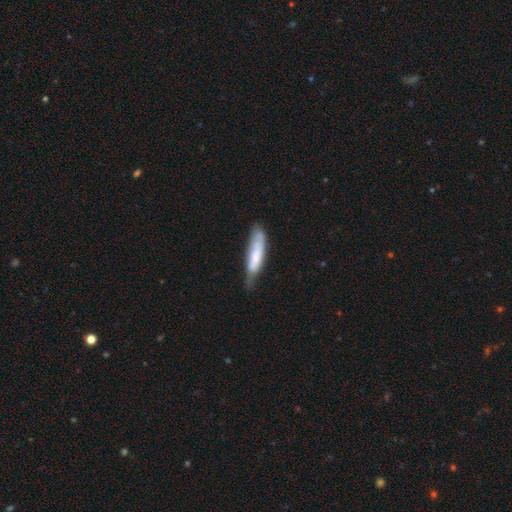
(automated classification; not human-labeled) A smooth galaxy with no disk features (63%) that is cigar-shaped (67%).

Vote fractions:
- Smooth or featured? smooth: 63% / featured or disk: 31% / star or artifact: 6%
- How rounded? cigar-shaped: 67% / in between: 32% / round: 1%
- Merging? none: 49% / minor disturbance: 37% / major disturbance: 11% / merger: 3%